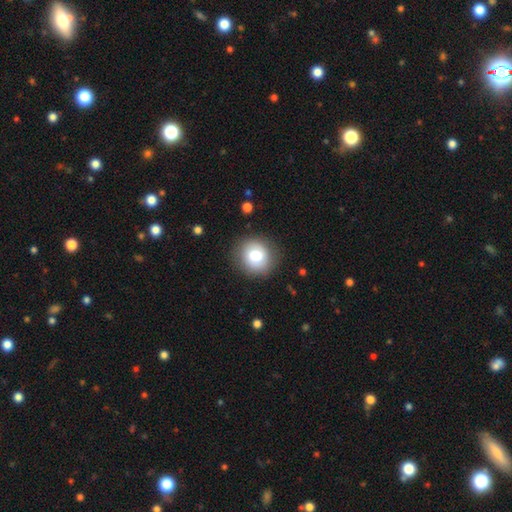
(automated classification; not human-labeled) Smooth or featured? smooth (74%)
How rounded? round (87%)
Merging? none (87%)